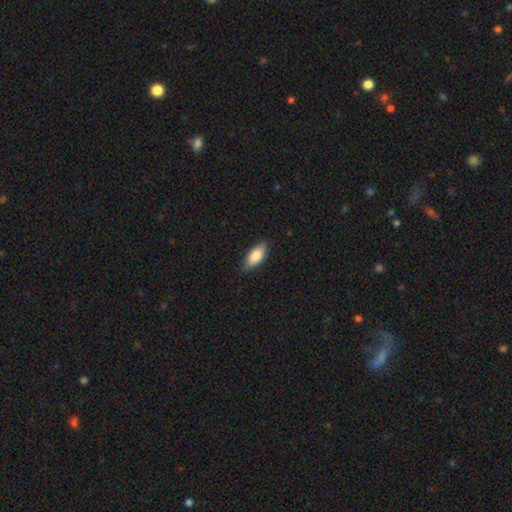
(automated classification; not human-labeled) Q: Smooth or featured?
A: smooth (80%); runner-up: featured or disk (13%)
Q: How rounded?
A: in between (83%); runner-up: cigar-shaped (15%)
Q: Merging?
A: none (81%); runner-up: minor disturbance (15%)